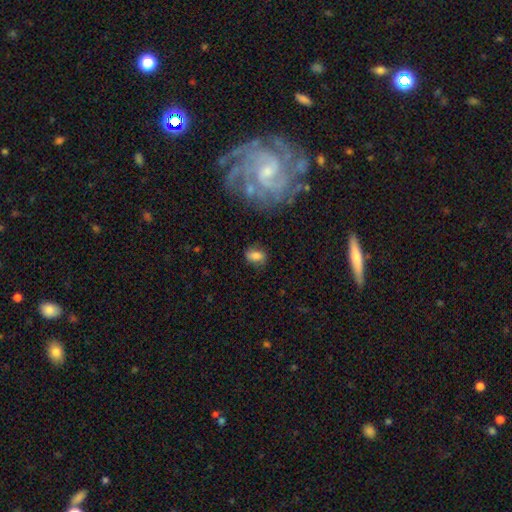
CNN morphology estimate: A smooth galaxy with no disk features (74%) that is in between round and cigar-shaped (75%).

Vote fractions:
- Smooth or featured? smooth: 74% / featured or disk: 16% / star or artifact: 10%
- How rounded? in between: 75% / round: 22% / cigar-shaped: 2%
- Merging? none: 74% / minor disturbance: 17% / major disturbance: 6% / merger: 3%